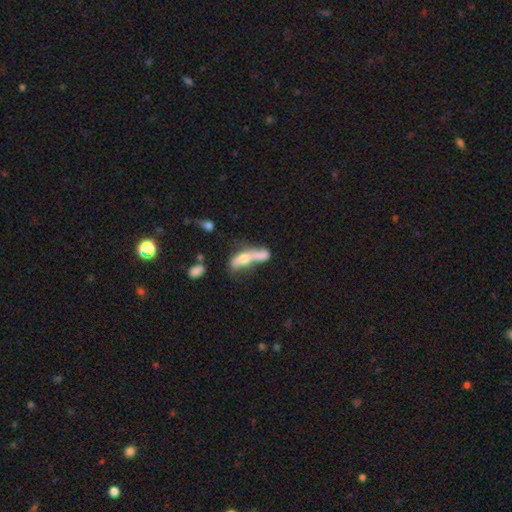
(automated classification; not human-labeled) Q: Smooth or featured?
A: smooth (47%); runner-up: featured or disk (43%)
Q: Merging?
A: merger (39%); runner-up: none (25%)